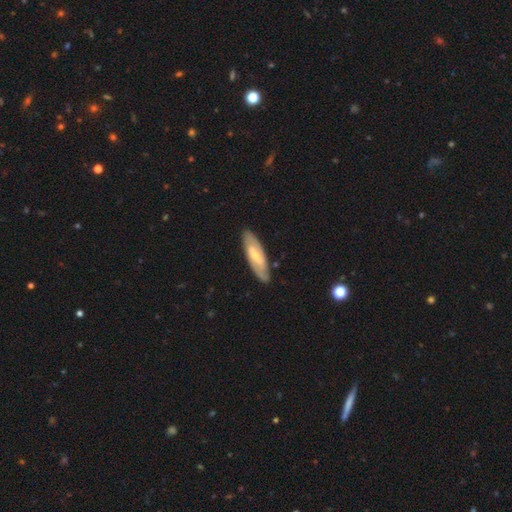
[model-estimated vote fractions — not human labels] Q: Smooth or featured?
A: featured or disk (67%); runner-up: smooth (28%)
Q: Edge-on disk?
A: no (81%); runner-up: yes (19%)
Q: Bar?
A: weak (43%); runner-up: strong (40%)
Q: Spiral arms?
A: yes (80%); runner-up: no (20%)
Q: Bulge size?
A: small (51%); runner-up: moderate (42%)
Q: Merging?
A: none (84%); runner-up: minor disturbance (12%)